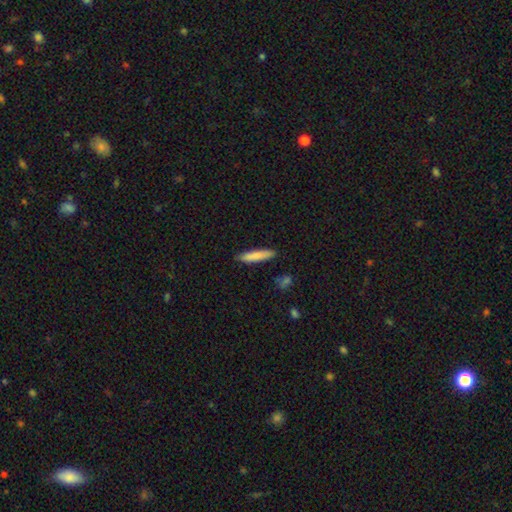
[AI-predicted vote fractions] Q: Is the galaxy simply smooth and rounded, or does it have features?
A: smooth — 82%.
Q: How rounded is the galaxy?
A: cigar-shaped — 86%.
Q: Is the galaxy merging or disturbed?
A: none — 87%.